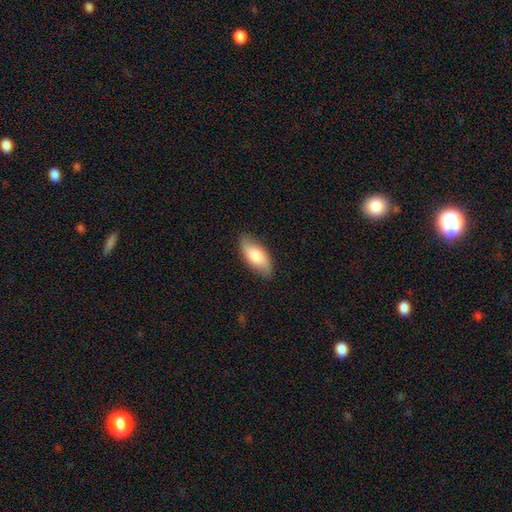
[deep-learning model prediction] Morphology: type=smooth (75%); roundness=in between (84%); merging=none (81%).